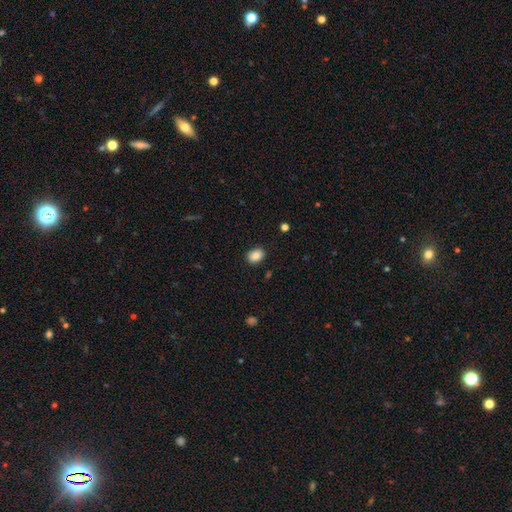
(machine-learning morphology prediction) smooth 86%, star or artifact 9%, featured or disk 6%. Down the decision tree: how rounded — in between (63%); merging — none (87%).